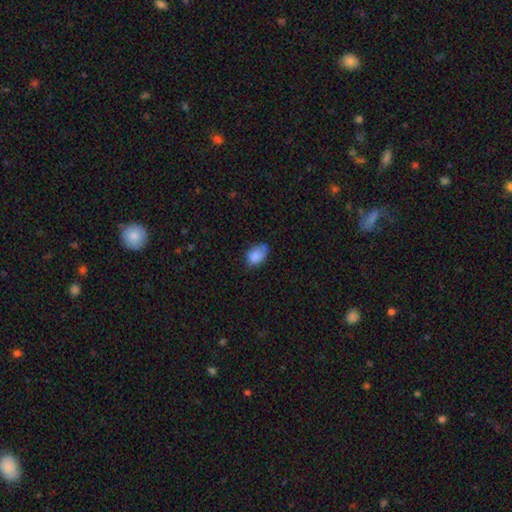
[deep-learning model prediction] smooth 82%, featured or disk 10%, star or artifact 9%. Down the decision tree: how rounded — in between (79%); merging — none (51%).